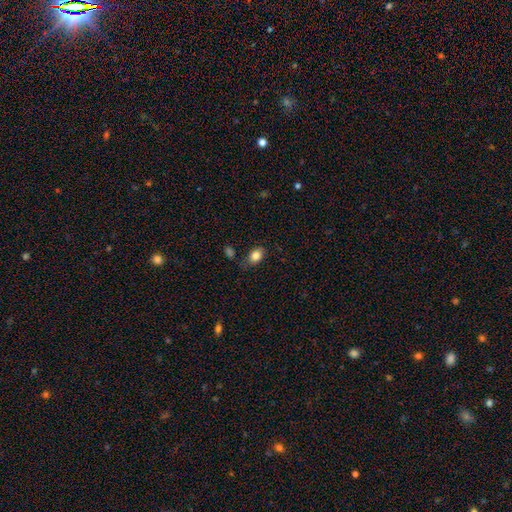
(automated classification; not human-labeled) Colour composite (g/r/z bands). It shows a smooth galaxy with no disk features (83%) that is in between round and cigar-shaped (85%). Merging: none (74%).